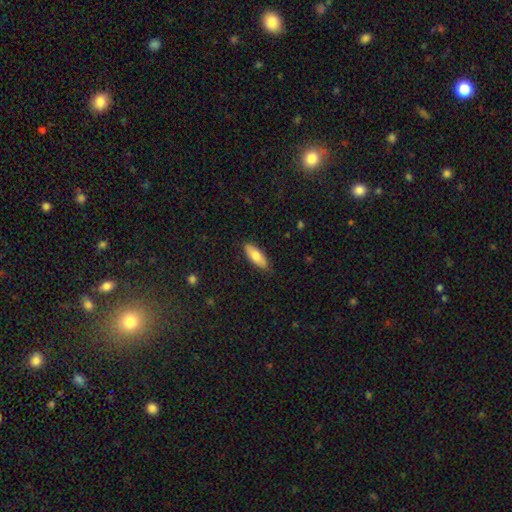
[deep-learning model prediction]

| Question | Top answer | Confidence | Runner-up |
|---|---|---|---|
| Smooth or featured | smooth | 76% | featured or disk (18%) |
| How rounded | in between | 68% | cigar-shaped (30%) |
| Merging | none | 85% | minor disturbance (12%) |